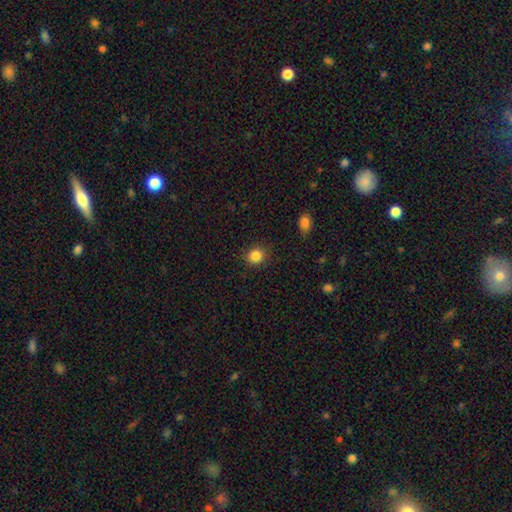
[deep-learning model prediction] Morphology: type=smooth (85%); roundness=round (81%); merging=none (88%).